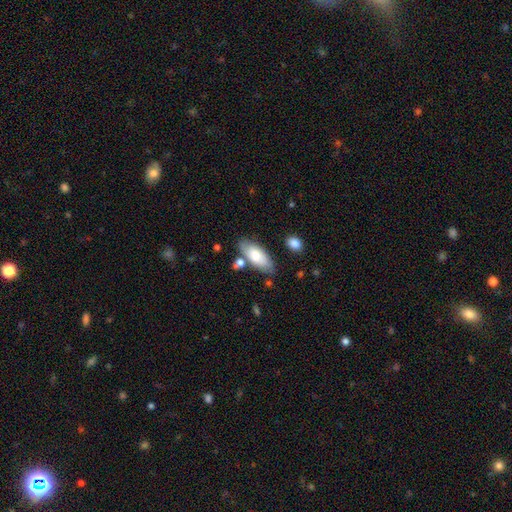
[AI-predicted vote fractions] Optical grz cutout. It shows a smooth galaxy with no disk features (73%) that is in between round and cigar-shaped (85%). Merging: none (72%).